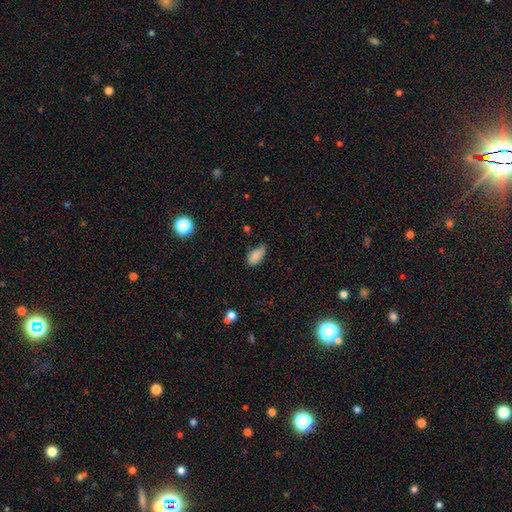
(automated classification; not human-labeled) smooth_or_featured: smooth (p=0.85) [alt: star or artifact p=0.09]
how_rounded: in between (p=0.93) [alt: round p=0.04]
merging: none (p=0.58) [alt: minor disturbance p=0.35]